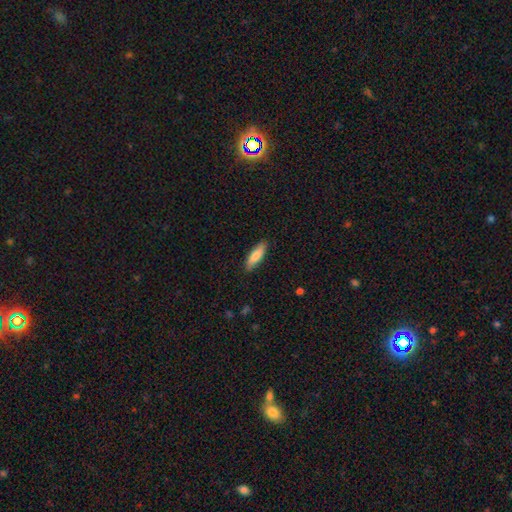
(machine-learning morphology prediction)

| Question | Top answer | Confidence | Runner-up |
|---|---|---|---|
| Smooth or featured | smooth | 81% | featured or disk (14%) |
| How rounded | cigar-shaped | 53% | in between (45%) |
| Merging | none | 87% | minor disturbance (11%) |